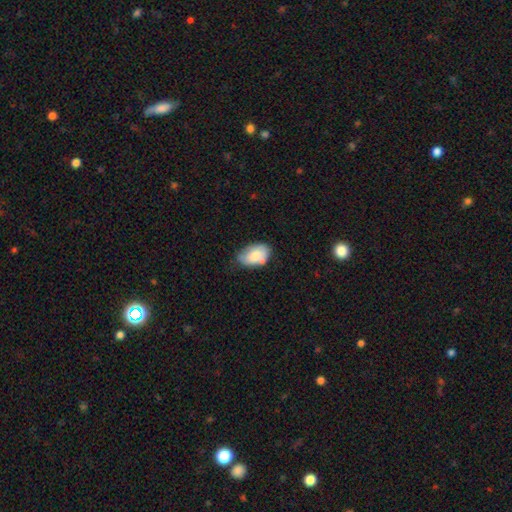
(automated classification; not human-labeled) A smooth galaxy with no disk features (74%) that is in between round and cigar-shaped (87%).

Vote fractions:
- Smooth or featured? smooth: 74% / featured or disk: 19% / star or artifact: 7%
- How rounded? in between: 87% / round: 11% / cigar-shaped: 1%
- Merging? none: 52% / minor disturbance: 33% / merger: 8% / major disturbance: 7%